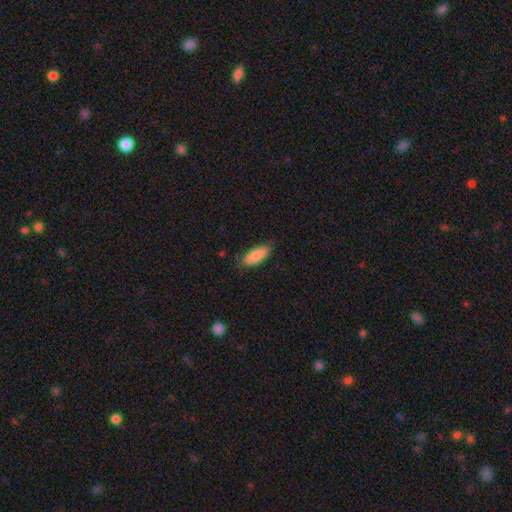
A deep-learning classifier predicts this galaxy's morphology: A smooth galaxy with no disk features (86%) that is in between round and cigar-shaped (84%).

Vote fractions:
- Smooth or featured? smooth: 86% / featured or disk: 8% / star or artifact: 6%
- How rounded? in between: 84% / cigar-shaped: 15% / round: 2%
- Merging? none: 77% / minor disturbance: 18% / major disturbance: 3% / merger: 1%